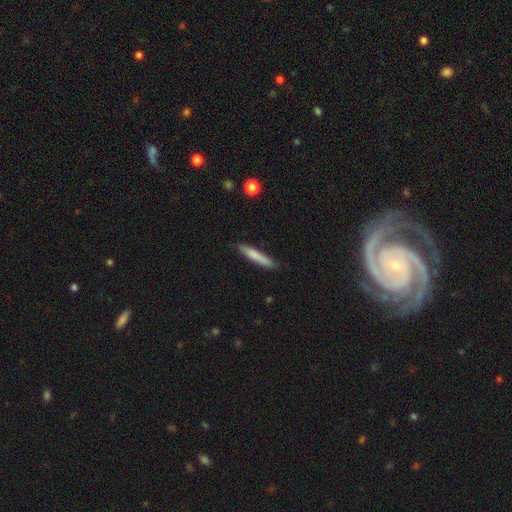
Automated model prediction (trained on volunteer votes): smooth-or-featured: smooth: 77% | featured or disk: 18% | star or artifact: 6%
  how-rounded: cigar-shaped: 93% | in between: 6% | round: 1%
  merging: none: 86% | minor disturbance: 11% | major disturbance: 2% | merger: 1%